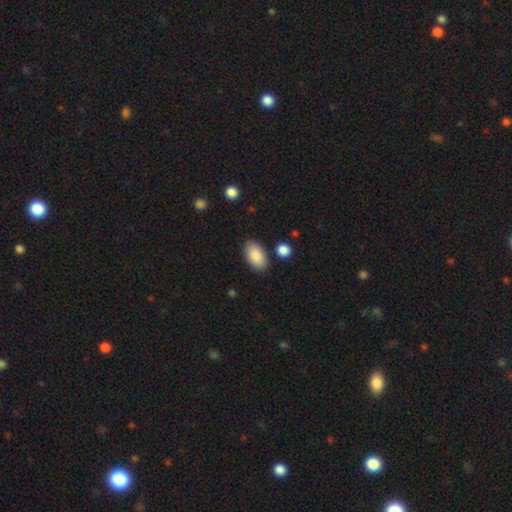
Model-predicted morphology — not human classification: Smooth or featured?
  - smooth: 89% *
  - star or artifact: 6%
  - featured or disk: 5%
How rounded?
  - in between: 95% *
  - round: 4%
  - cigar-shaped: 2%
Merging?
  - none: 83% *
  - minor disturbance: 11%
  - merger: 3%
  - major disturbance: 3%